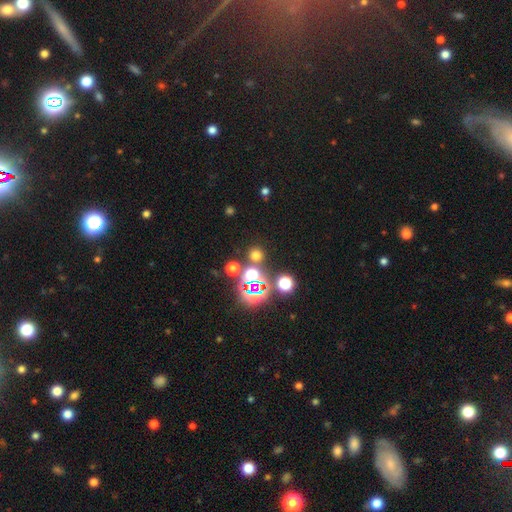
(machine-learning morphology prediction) smooth-or-featured: smooth: 58% | star or artifact: 36% | featured or disk: 7%
  how-rounded: round: 91% | in between: 7% | cigar-shaped: 1%
  merging: none: 80% | merger: 10% | minor disturbance: 7% | major disturbance: 4%